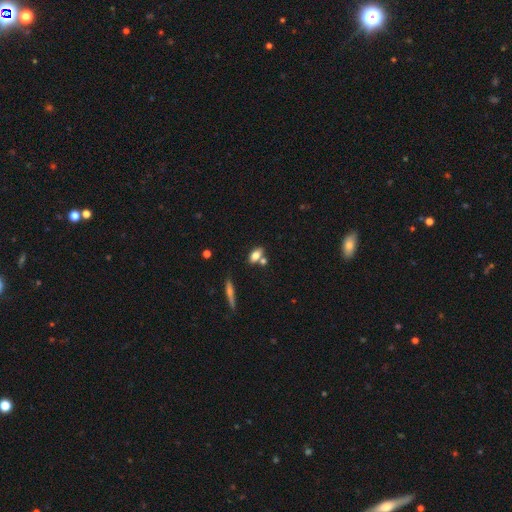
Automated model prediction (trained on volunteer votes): smooth-or-featured: smooth: 75% | featured or disk: 15% | star or artifact: 9%
  how-rounded: in between: 83% | round: 9% | cigar-shaped: 8%
  merging: none: 59% | merger: 26% | minor disturbance: 12% | major disturbance: 4%